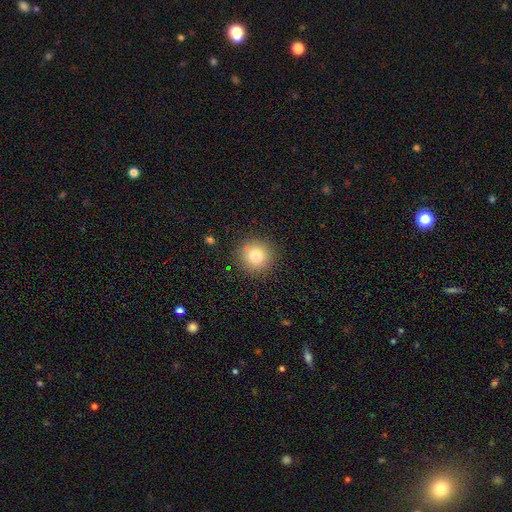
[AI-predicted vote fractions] The model was most divided on "smooth or featured": smooth: 80%, star or artifact: 12%, featured or disk: 9%. More confident: how rounded — round (94%); merging — none (89%).